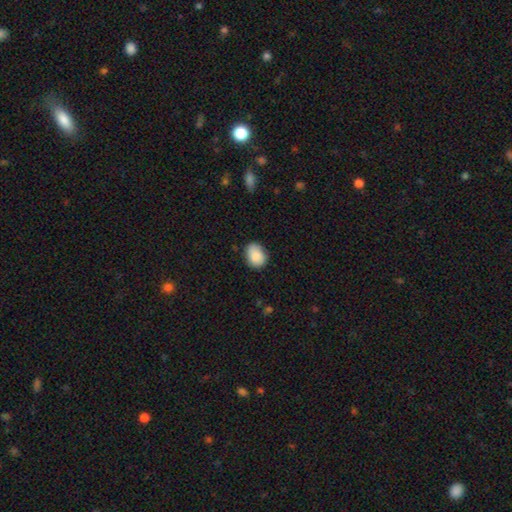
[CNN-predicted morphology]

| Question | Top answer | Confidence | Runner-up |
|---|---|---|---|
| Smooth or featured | smooth | 88% | star or artifact (7%) |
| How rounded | in between | 62% | round (37%) |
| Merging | none | 74% | minor disturbance (21%) |